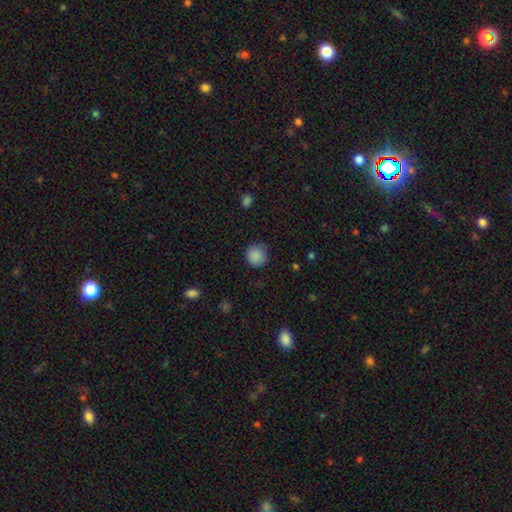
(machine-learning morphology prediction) Overall: smooth (87%). How rounded: round (91%). Merging: none (83%).